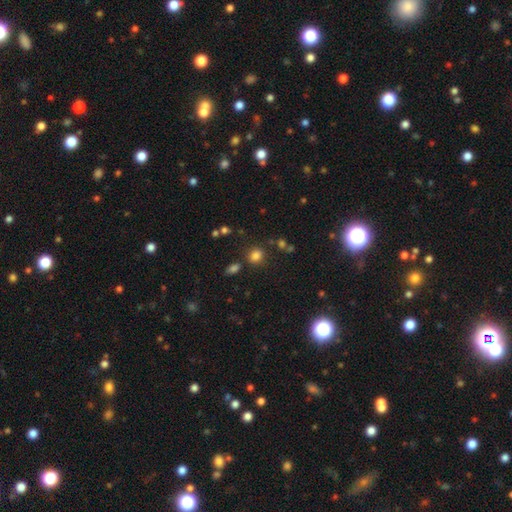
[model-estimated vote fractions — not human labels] Smooth or featured? smooth (80%)
How rounded? round (65%)
Merging? none (77%)